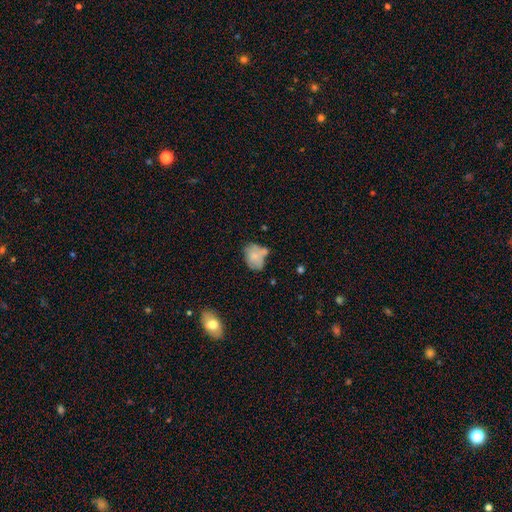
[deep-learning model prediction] Smooth or featured?
  - smooth: 68% *
  - featured or disk: 23%
  - star or artifact: 9%
How rounded?
  - in between: 68% *
  - round: 31%
  - cigar-shaped: 1%
Merging?
  - none: 40% *
  - minor disturbance: 28%
  - merger: 20%
  - major disturbance: 12%